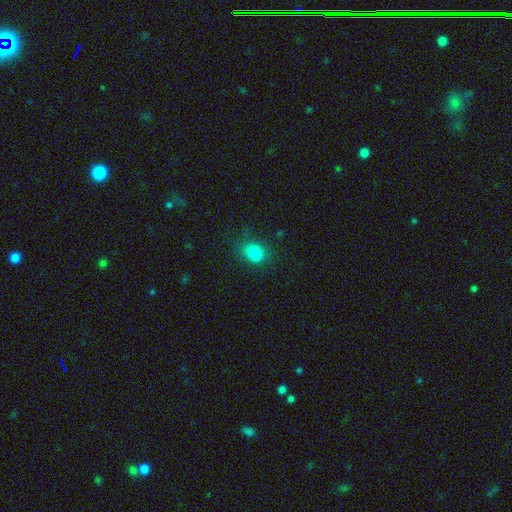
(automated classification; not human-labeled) smooth_or_featured: smooth (p=0.72) [alt: featured or disk p=0.15]
how_rounded: in between (p=0.53) [alt: round p=0.46]
merging: merger (p=0.45) [alt: none p=0.35]